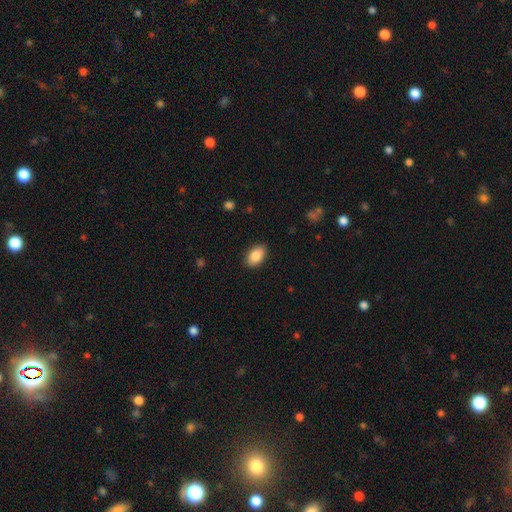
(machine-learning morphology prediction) The model was most divided on "merging": none: 87%, minor disturbance: 10%, major disturbance: 2%, merger: 1%. More confident: how rounded — in between (91%); smooth or featured — smooth (88%).